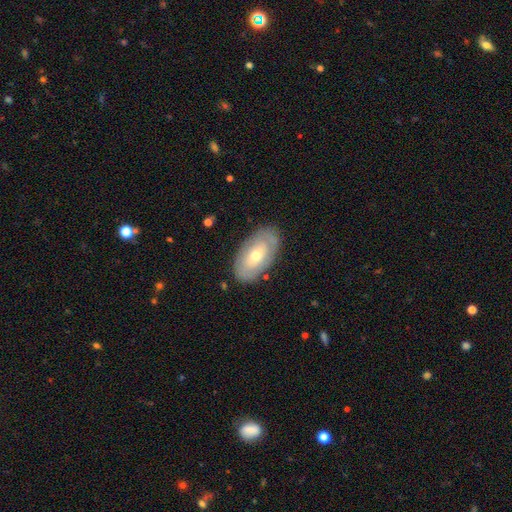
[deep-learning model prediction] The model was most divided on "smooth or featured" (2-way tie): smooth: 47%, featured or disk: 47%, star or artifact: 6%. More confident: merging — none (82%).